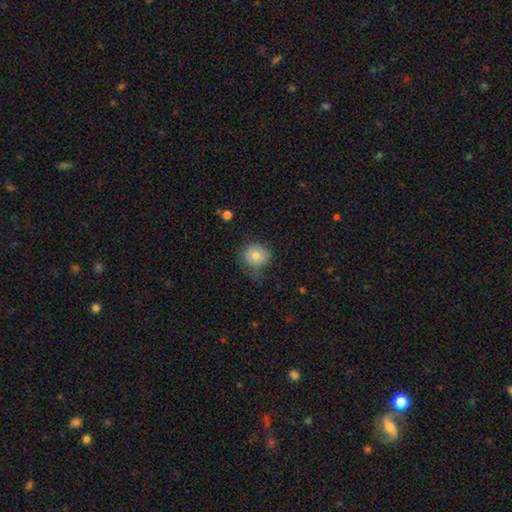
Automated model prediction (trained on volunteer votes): Smooth or featured? Predicted: smooth (p=0.77). How rounded? Predicted: round (p=0.75). Merging? Predicted: none (p=0.54).